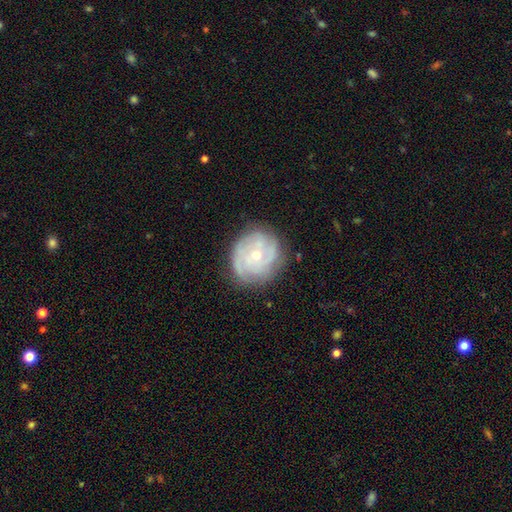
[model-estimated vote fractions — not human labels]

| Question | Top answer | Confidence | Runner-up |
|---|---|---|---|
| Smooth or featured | featured or disk | 75% | smooth (17%) |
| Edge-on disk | no | 97% | yes (3%) |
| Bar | no | 74% | weak (21%) |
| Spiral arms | yes | 89% | no (11%) |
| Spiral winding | tight | 66% | medium (26%) |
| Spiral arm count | can't tell | 37% | 3 (22%) |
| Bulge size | small | 56% | moderate (41%) |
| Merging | none | 78% | minor disturbance (16%) |